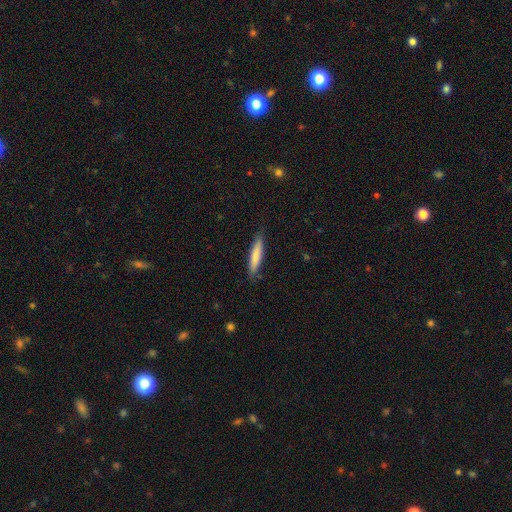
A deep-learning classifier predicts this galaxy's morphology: This is likely a smooth galaxy (79%). How rounded: clearly cigar-shaped (88%). Merging: clearly none (84%).